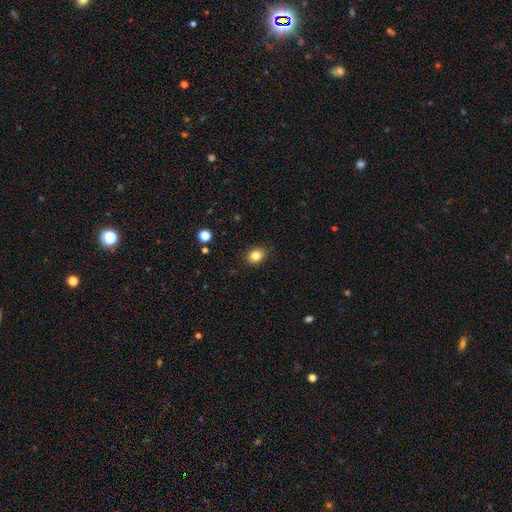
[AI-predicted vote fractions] Morphology: type=smooth (84%); roundness=round (55%); merging=none (87%).